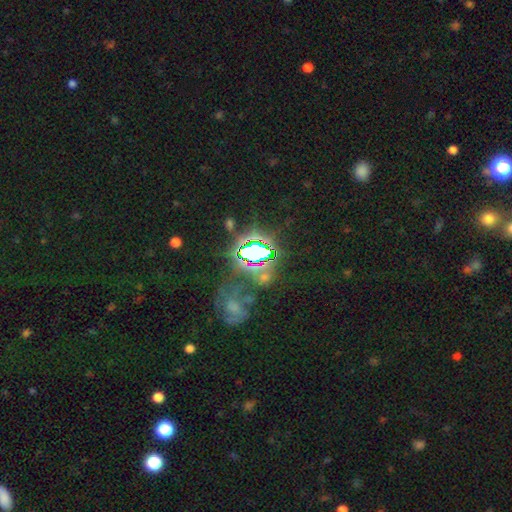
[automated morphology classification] Overall: star or artifact (73%).